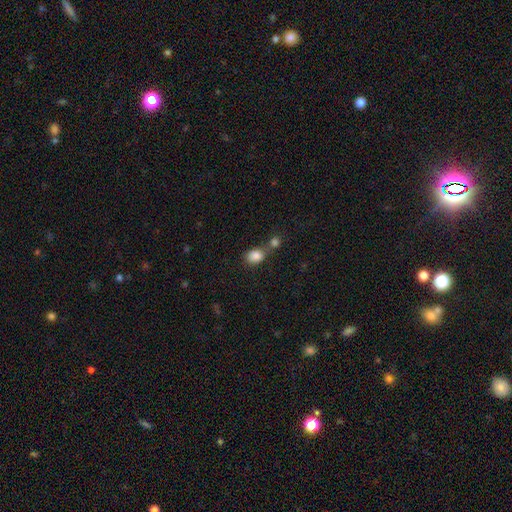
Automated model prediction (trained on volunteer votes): A smooth galaxy with no disk features (85%) that is in between round and cigar-shaped (57%). Merging: none (45%).